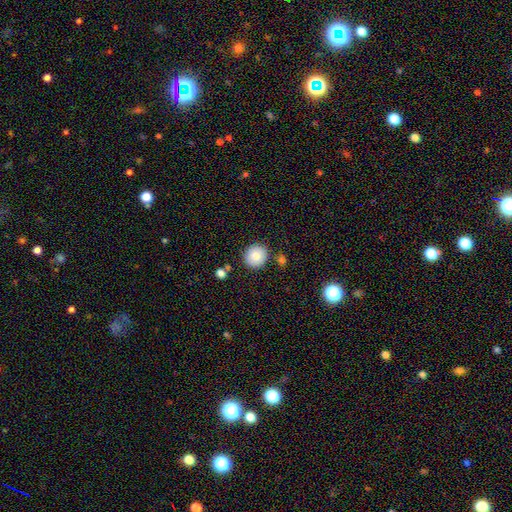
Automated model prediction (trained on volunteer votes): Smooth or featured: smooth — 82% (featured or disk — 10%)
How rounded: round — 87% (in between — 12%)
Merging: none — 85% (minor disturbance — 9%)